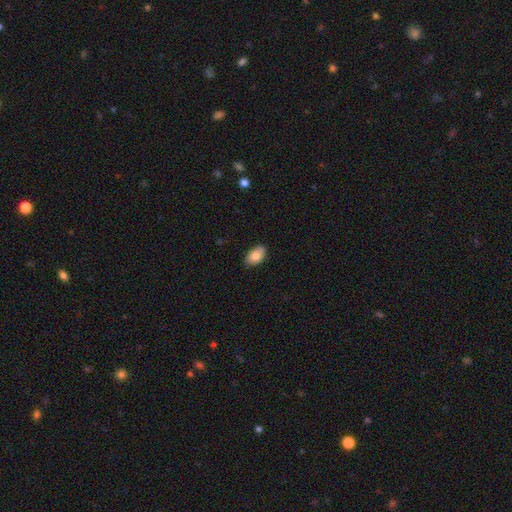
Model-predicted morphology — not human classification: smooth 85%, featured or disk 8%, star or artifact 7%. Down the decision tree: how rounded — in between (92%); merging — none (81%).